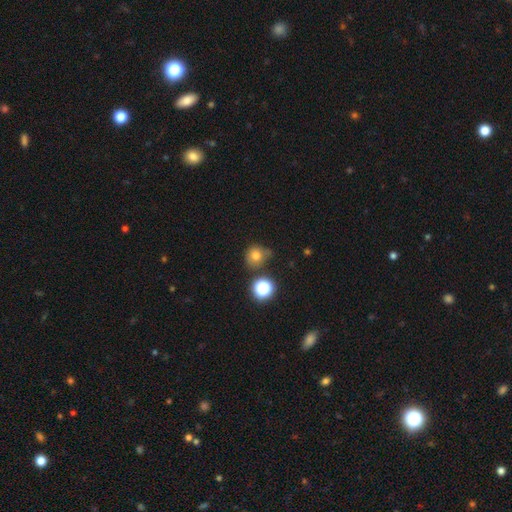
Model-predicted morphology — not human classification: Smooth or featured: smooth — 74% (star or artifact — 17%)
How rounded: round — 86% (in between — 13%)
Merging: none — 63% (minor disturbance — 22%)